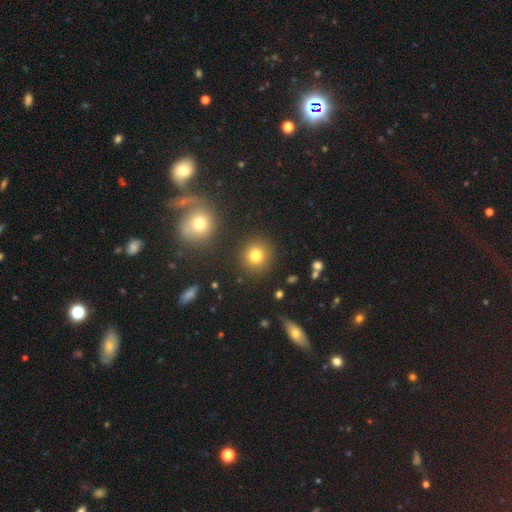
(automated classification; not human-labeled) This appears to be a smooth galaxy with no disk features (78%) that is round (92%). Merging: none (88%).